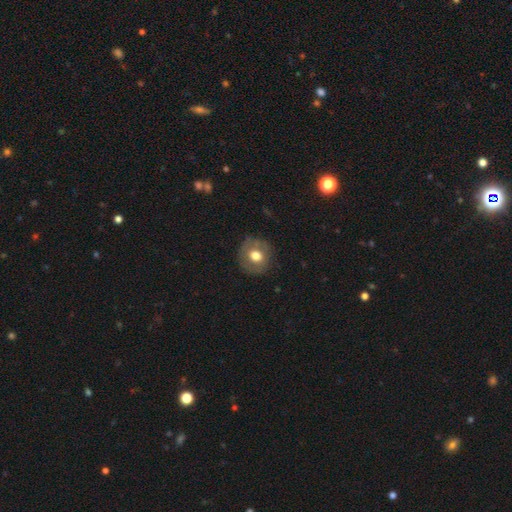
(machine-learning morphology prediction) Smooth or featured?
  - smooth: 65% *
  - featured or disk: 26%
  - star or artifact: 9%
How rounded?
  - round: 86% *
  - in between: 13%
  - cigar-shaped: 1%
Merging?
  - none: 83% *
  - minor disturbance: 12%
  - major disturbance: 4%
  - merger: 1%